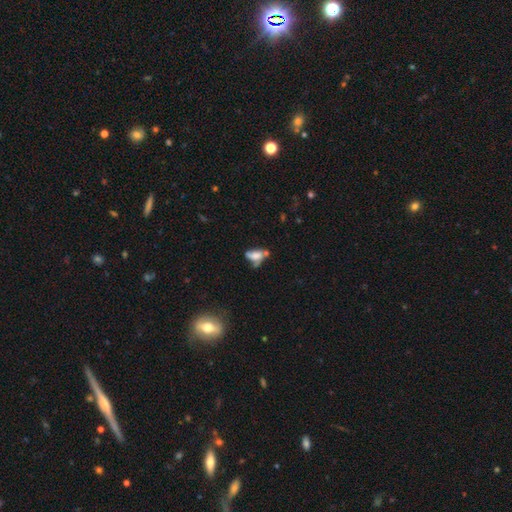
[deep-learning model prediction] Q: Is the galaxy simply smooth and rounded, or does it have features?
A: smooth — 53%.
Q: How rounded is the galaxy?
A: in between — 80%.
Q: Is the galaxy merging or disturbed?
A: none — 29%.